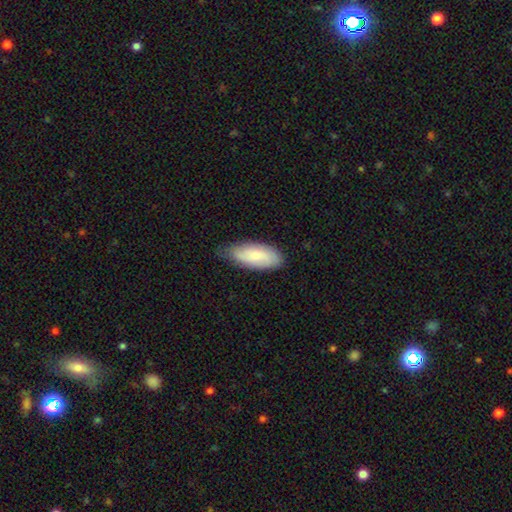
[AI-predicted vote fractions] This is likely a smooth galaxy (72%). How rounded: clearly in between (84%). Merging: likely none (69%).